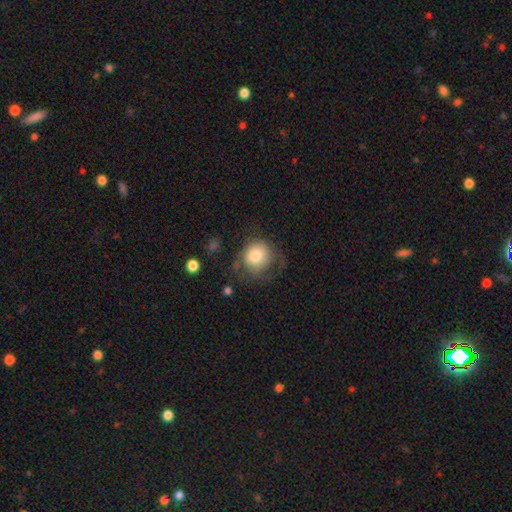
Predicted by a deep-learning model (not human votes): A smooth galaxy with no disk features (78%) that is round (81%).

Vote fractions:
- Smooth or featured? smooth: 78% / featured or disk: 14% / star or artifact: 8%
- How rounded? round: 81% / in between: 18% / cigar-shaped: 1%
- Merging? none: 52% / minor disturbance: 25% / major disturbance: 20% / merger: 3%